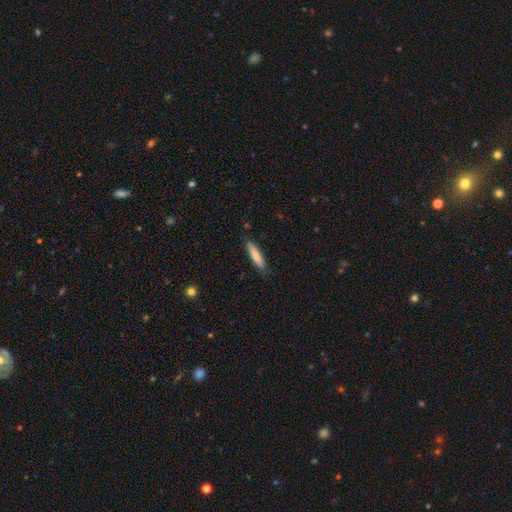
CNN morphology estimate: Smooth or featured: smooth — 79% (featured or disk — 15%)
How rounded: cigar-shaped — 82% (in between — 17%)
Merging: none — 85% (minor disturbance — 12%)